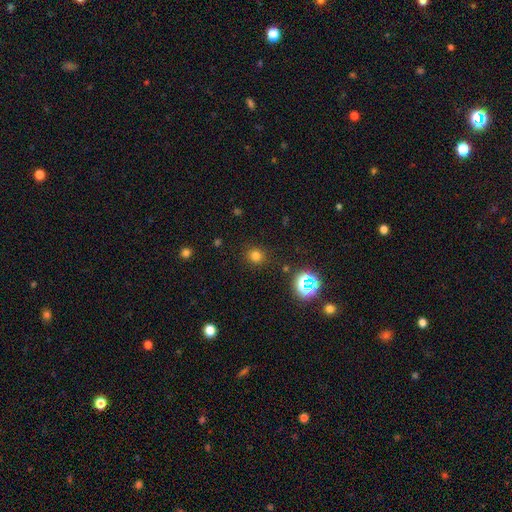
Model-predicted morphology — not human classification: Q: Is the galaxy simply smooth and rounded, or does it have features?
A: smooth — 73%.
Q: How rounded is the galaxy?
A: round — 91%.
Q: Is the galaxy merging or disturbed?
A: none — 89%.